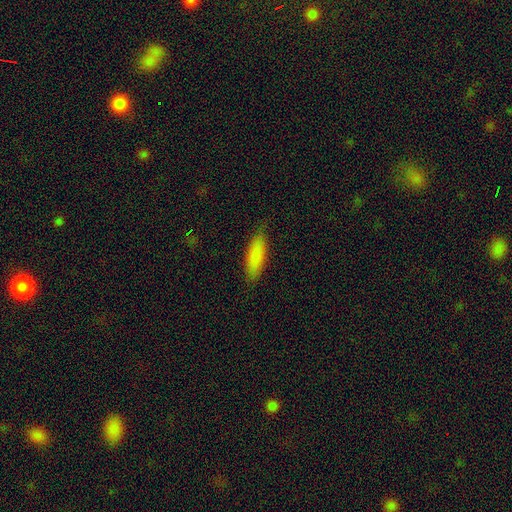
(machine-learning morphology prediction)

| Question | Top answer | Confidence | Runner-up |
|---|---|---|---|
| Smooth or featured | smooth | 85% | featured or disk (9%) |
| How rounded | in between | 54% | cigar-shaped (44%) |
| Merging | none | 83% | minor disturbance (13%) |